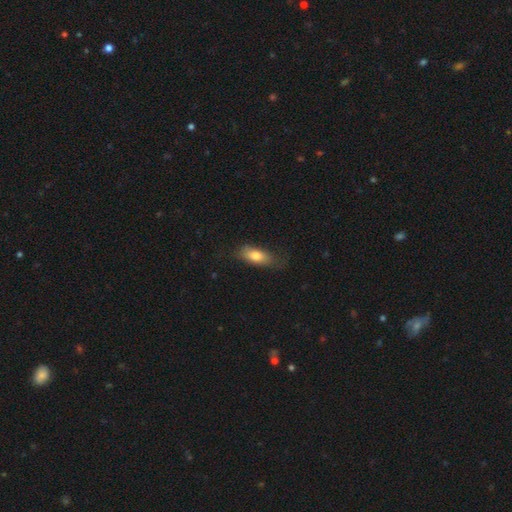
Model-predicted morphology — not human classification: Smooth or featured?
  - smooth: 77% *
  - featured or disk: 16%
  - star or artifact: 7%
How rounded?
  - in between: 79% *
  - cigar-shaped: 17%
  - round: 4%
Merging?
  - none: 63% *
  - minor disturbance: 27%
  - major disturbance: 9%
  - merger: 1%